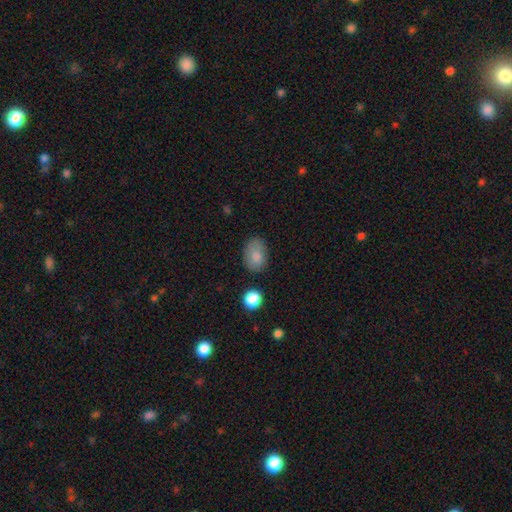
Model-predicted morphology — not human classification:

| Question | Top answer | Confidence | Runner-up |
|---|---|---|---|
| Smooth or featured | smooth | 82% | featured or disk (9%) |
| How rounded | in between | 82% | round (17%) |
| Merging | none | 69% | minor disturbance (22%) |